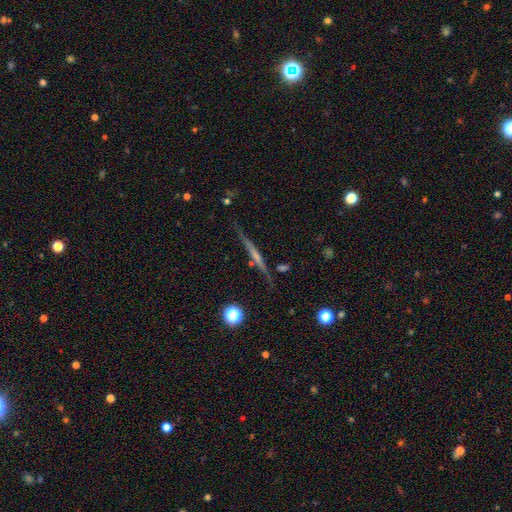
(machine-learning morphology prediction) This is likely a featured or disk galaxy (68%). It is clearly viewed edge-on (97%). Edge-on bulge: possibly none (60%). Merging: clearly none (85%).